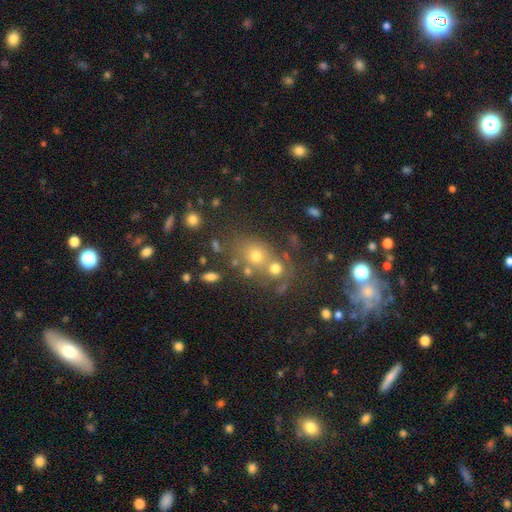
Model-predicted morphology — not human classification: smooth 66%, star or artifact 18%, featured or disk 16%. Down the decision tree: how rounded — round (67%); merging — none (47%).